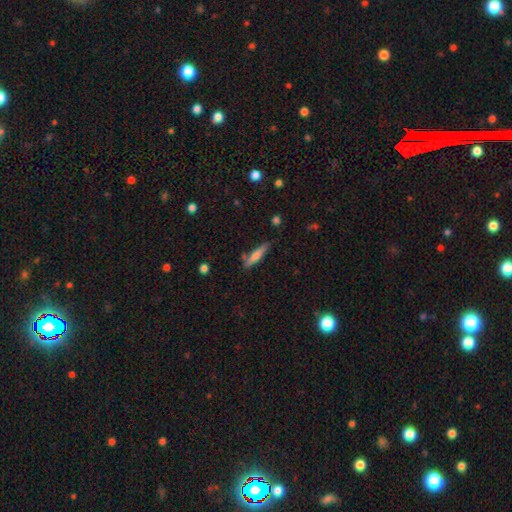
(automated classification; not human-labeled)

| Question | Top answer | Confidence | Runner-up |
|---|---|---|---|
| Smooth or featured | smooth | 59% | featured or disk (34%) |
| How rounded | cigar-shaped | 85% | in between (13%) |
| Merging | none | 75% | minor disturbance (16%) |